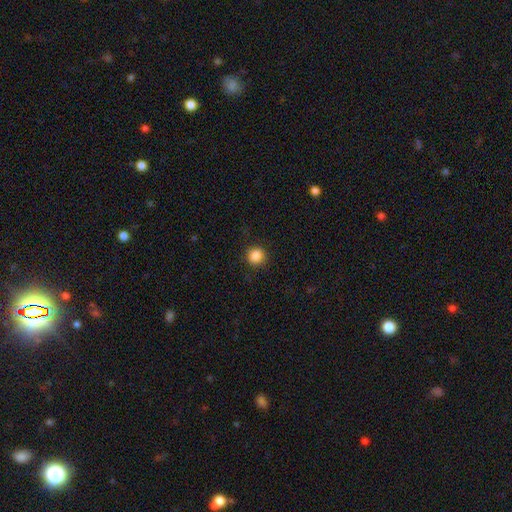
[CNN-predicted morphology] The model was most divided on "smooth or featured": smooth: 86%, star or artifact: 10%, featured or disk: 3%. More confident: how rounded — round (93%); merging — none (91%).